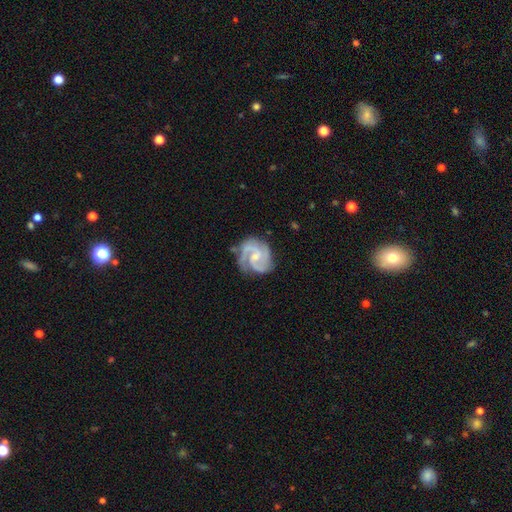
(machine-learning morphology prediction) smooth-or-featured: featured or disk: 91% | smooth: 5% | star or artifact: 4%
  disk-edge-on: no: 98% | yes: 2%
    bar: weak: 49% | no: 40% | strong: 11%
    has-spiral-arms: yes: 98% | no: 2%
      spiral-winding: medium: 53% | tight: 38% | loose: 9%
      spiral-arm-count: 2: 67% | 3: 23% | can't tell: 4% | 1: 2% | 4: 2% | more than 4: 2%
    bulge-size: small: 56% | moderate: 33% | none: 10% | large: 1% | dominant: 1%
  merging: none: 71% | minor disturbance: 20% | major disturbance: 7% | merger: 2%